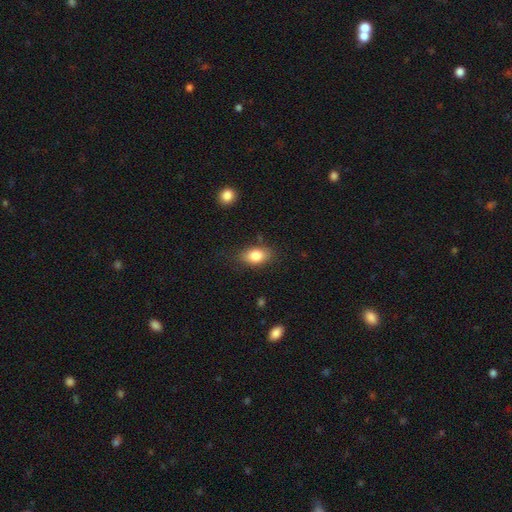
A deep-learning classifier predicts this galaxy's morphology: A smooth galaxy with no disk features (83%) that is in between round and cigar-shaped (85%). Merging: none (79%).